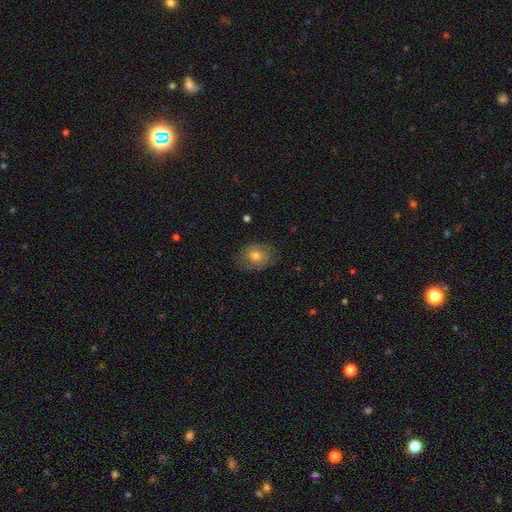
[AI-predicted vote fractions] Smooth or featured? smooth (61%)
How rounded? in between (54%)
Merging? none (73%)